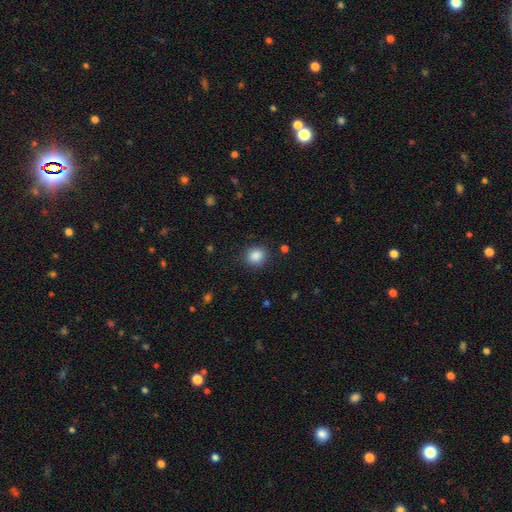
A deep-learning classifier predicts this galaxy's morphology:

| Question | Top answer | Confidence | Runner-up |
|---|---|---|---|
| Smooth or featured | smooth | 86% | star or artifact (10%) |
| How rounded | round | 82% | in between (17%) |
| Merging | none | 87% | minor disturbance (9%) |